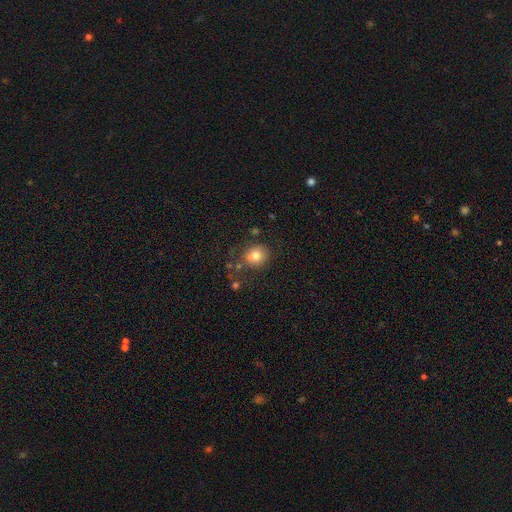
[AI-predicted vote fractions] A smooth galaxy with no disk features (77%) that is round (75%).

Vote fractions:
- Smooth or featured? smooth: 77% / star or artifact: 12% / featured or disk: 11%
- How rounded? round: 75% / in between: 24% / cigar-shaped: 1%
- Merging? none: 67% / minor disturbance: 17% / merger: 8% / major disturbance: 7%